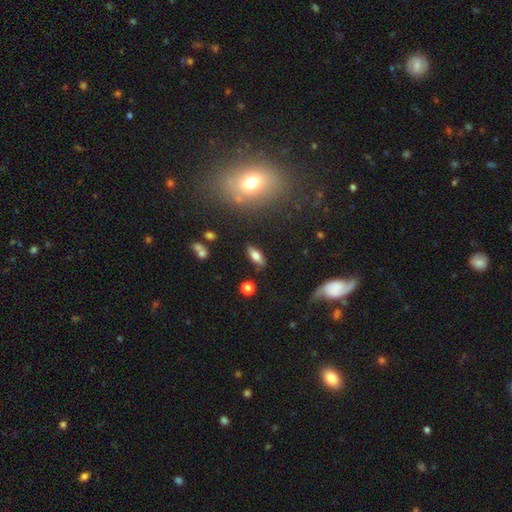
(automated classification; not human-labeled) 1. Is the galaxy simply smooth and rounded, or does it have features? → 72% smooth, 19% featured or disk, 9% star or artifact.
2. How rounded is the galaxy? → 74% in between, 23% cigar-shaped, 3% round.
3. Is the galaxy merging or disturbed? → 84% none, 11% minor disturbance, 3% major disturbance, 2% merger.